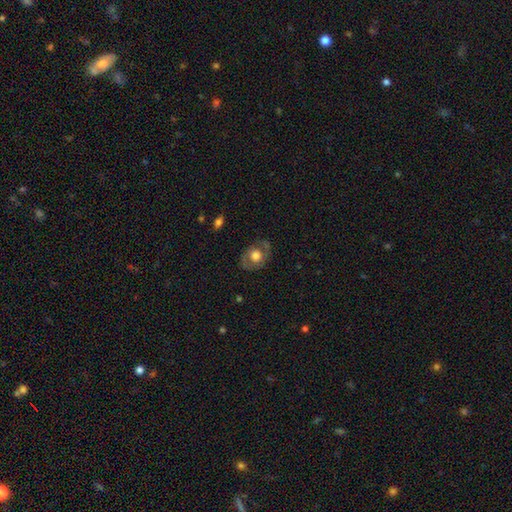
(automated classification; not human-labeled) Smooth or featured: featured or disk — 51% (smooth — 42%)
Edge-on disk: no — 94% (yes — 6%)
Merging: none — 74% (minor disturbance — 17%)